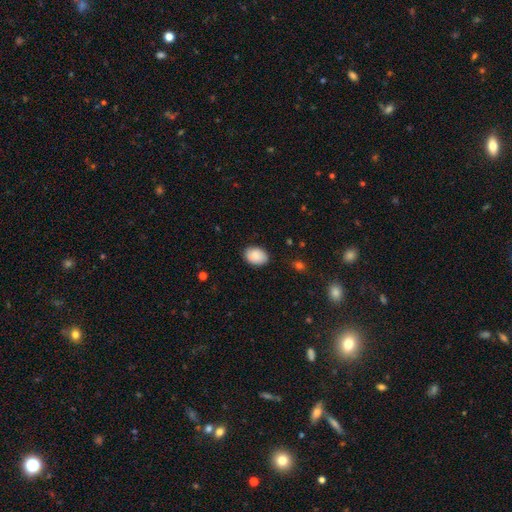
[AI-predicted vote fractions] Smooth or featured? Predicted: smooth (p=0.87). How rounded? Predicted: in between (p=0.78). Merging? Predicted: none (p=0.85).